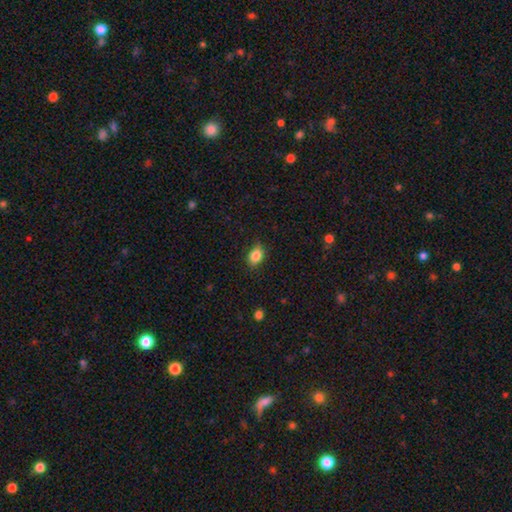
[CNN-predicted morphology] smooth 85%, star or artifact 9%, featured or disk 6%. Down the decision tree: how rounded — in between (65%); merging — none (77%).